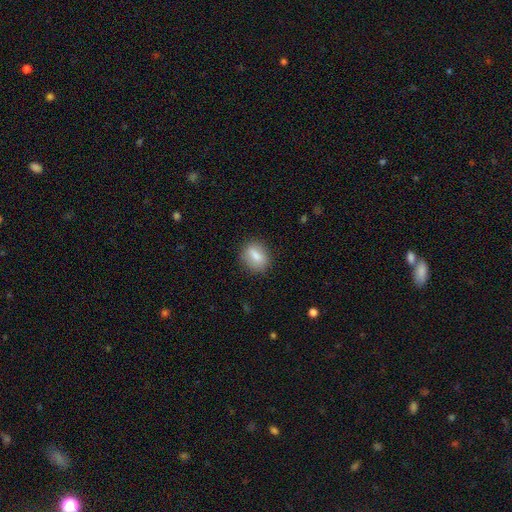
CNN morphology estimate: Smooth or featured? Predicted: smooth (p=0.78). How rounded? Predicted: in between (p=0.58). Merging? Predicted: none (p=0.83).